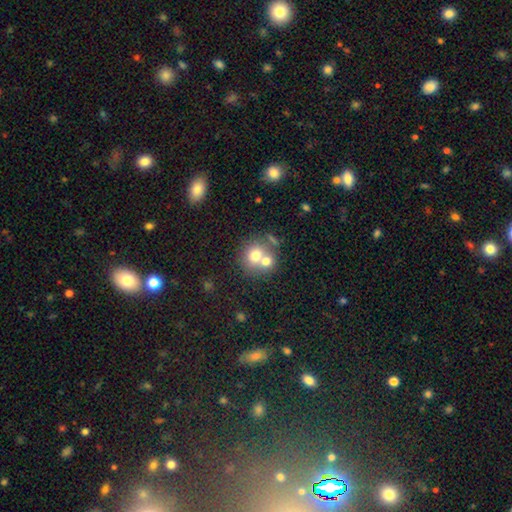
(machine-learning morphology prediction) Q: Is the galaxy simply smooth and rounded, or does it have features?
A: smooth — 70%.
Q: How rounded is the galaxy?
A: round — 81%.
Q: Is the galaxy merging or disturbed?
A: merger — 51%.